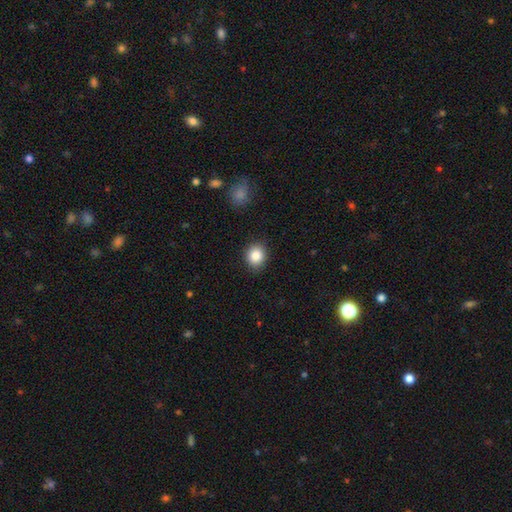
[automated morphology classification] Q: Smooth or featured?
A: smooth (86%); runner-up: star or artifact (9%)
Q: How rounded?
A: round (76%); runner-up: in between (23%)
Q: Merging?
A: none (89%); runner-up: minor disturbance (8%)